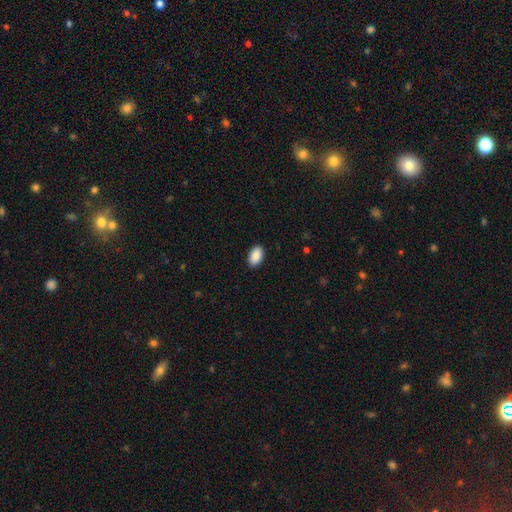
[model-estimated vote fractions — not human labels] Overall: smooth (91%). How rounded: in between (94%). Merging: none (89%).